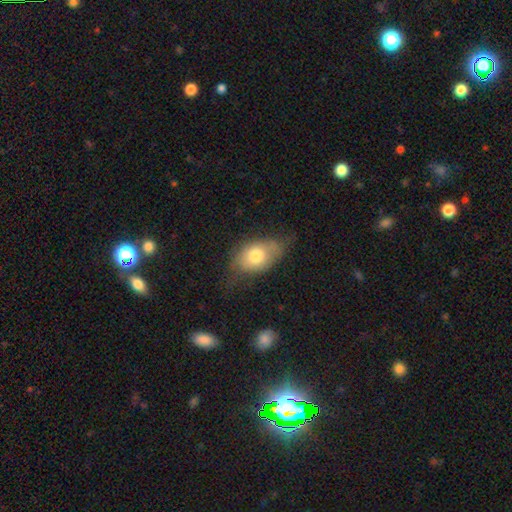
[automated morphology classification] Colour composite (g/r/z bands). It shows a smooth galaxy with no disk features (72%) that is in between round and cigar-shaped (83%). Merging: none (52%).